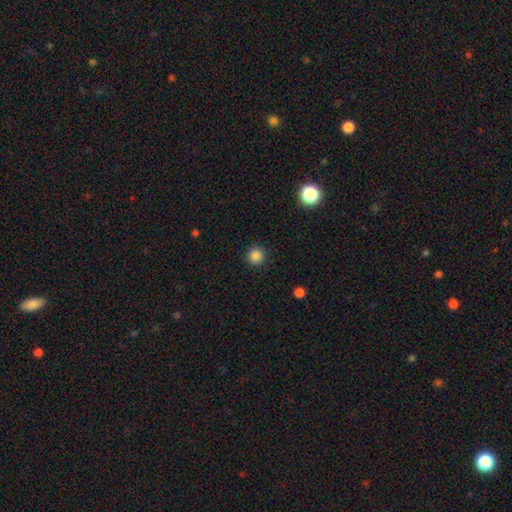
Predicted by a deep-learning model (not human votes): Smooth or featured? smooth (85%)
How rounded? round (95%)
Merging? none (91%)